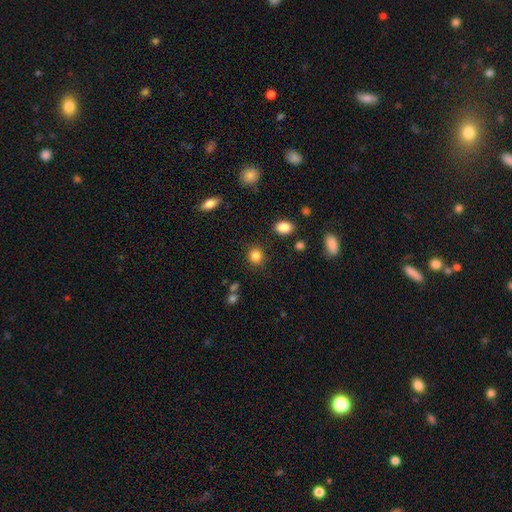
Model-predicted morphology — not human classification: The model was most divided on "how rounded": round: 81%, in between: 18%, cigar-shaped: 1%. More confident: merging — none (87%); smooth or featured — smooth (85%).